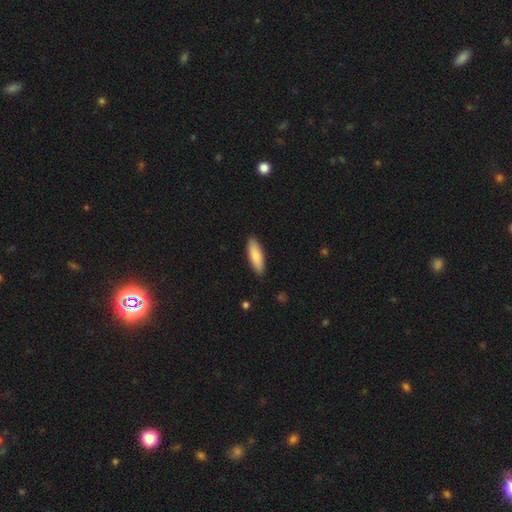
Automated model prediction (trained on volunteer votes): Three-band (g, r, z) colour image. It shows a smooth galaxy with no disk features (85%) that is in between round and cigar-shaped (52%). Merging: none (89%).